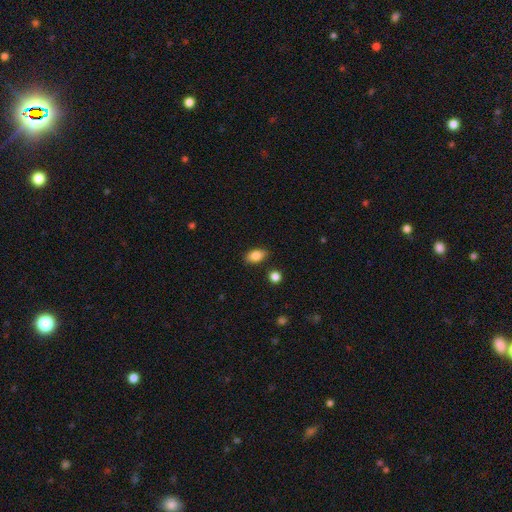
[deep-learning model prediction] Q: Smooth or featured?
A: smooth (84%); runner-up: star or artifact (8%)
Q: How rounded?
A: in between (87%); runner-up: round (11%)
Q: Merging?
A: none (83%); runner-up: minor disturbance (12%)